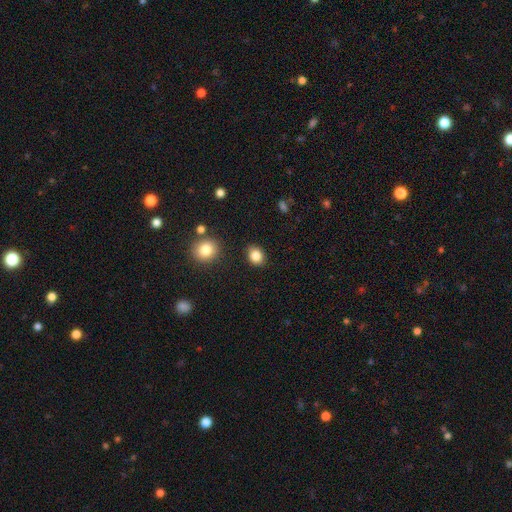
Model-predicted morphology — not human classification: smooth 85%, star or artifact 9%, featured or disk 6%. Down the decision tree: how rounded — in between (55%); merging — none (86%).